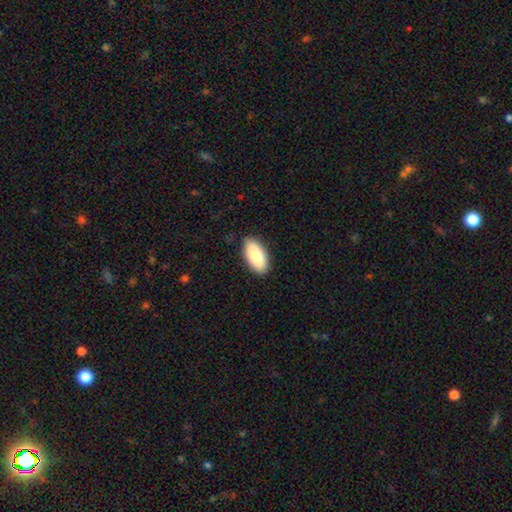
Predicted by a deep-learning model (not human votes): Overall: smooth (85%). How rounded: in between (93%). Merging: none (87%).